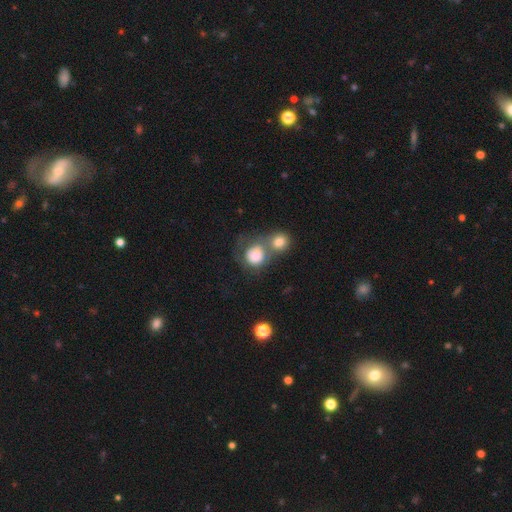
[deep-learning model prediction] Smooth or featured?
  - smooth: 76% *
  - featured or disk: 16%
  - star or artifact: 8%
How rounded?
  - round: 81% *
  - in between: 18%
  - cigar-shaped: 1%
Merging?
  - merger: 59% *
  - none: 23%
  - minor disturbance: 9%
  - major disturbance: 9%